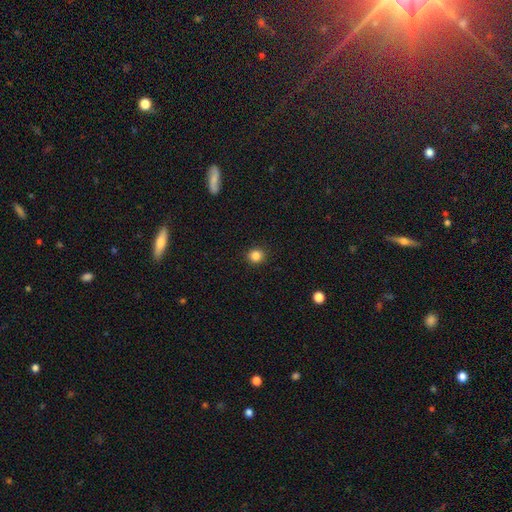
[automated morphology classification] Smooth or featured? Predicted: smooth (p=0.85). How rounded? Predicted: round (p=0.89). Merging? Predicted: none (p=0.92).